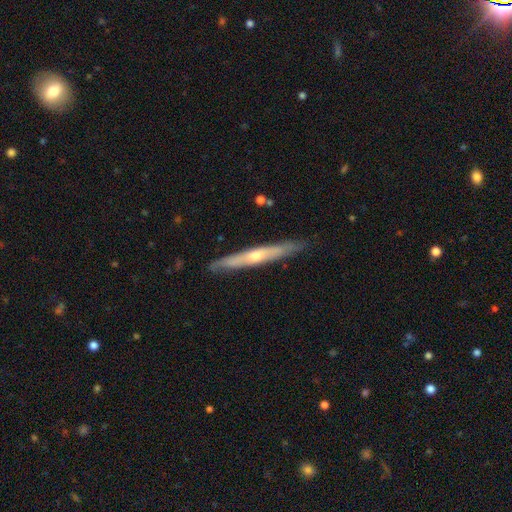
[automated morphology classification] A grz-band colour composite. It shows a featured or disk galaxy (64%) viewed edge-on (91%) with a rounded central bulge (69%). Merging: none (87%).